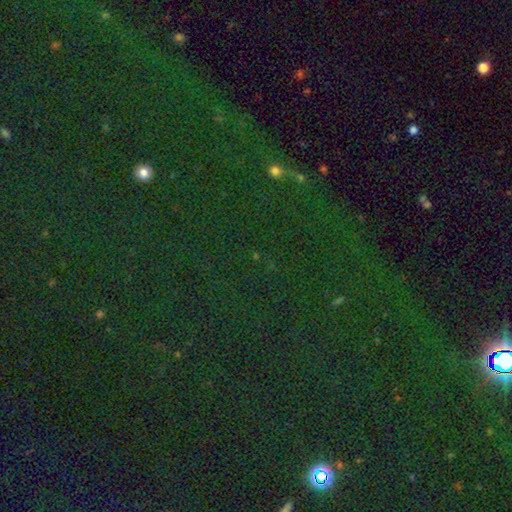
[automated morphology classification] The model was most divided on "smooth or featured": star or artifact: 79%, smooth: 13%, featured or disk: 8%.